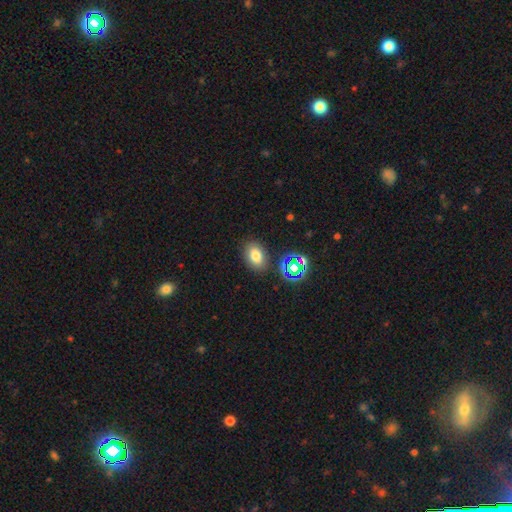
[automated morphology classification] smooth 73%, star or artifact 17%, featured or disk 10%. Down the decision tree: how rounded — in between (76%); merging — none (84%).